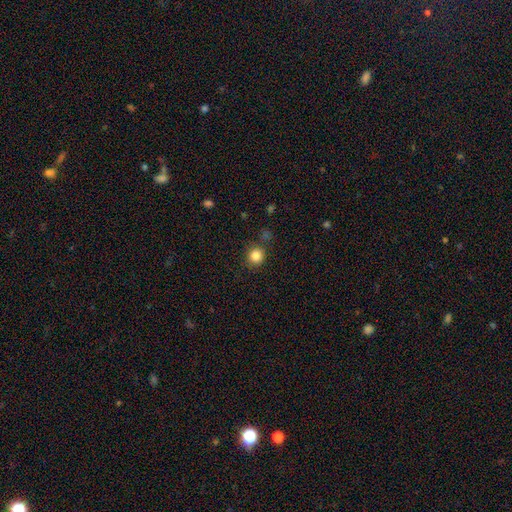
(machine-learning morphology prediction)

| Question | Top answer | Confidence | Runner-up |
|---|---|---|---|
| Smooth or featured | smooth | 84% | star or artifact (12%) |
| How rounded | round | 91% | in between (8%) |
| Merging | none | 84% | minor disturbance (9%) |